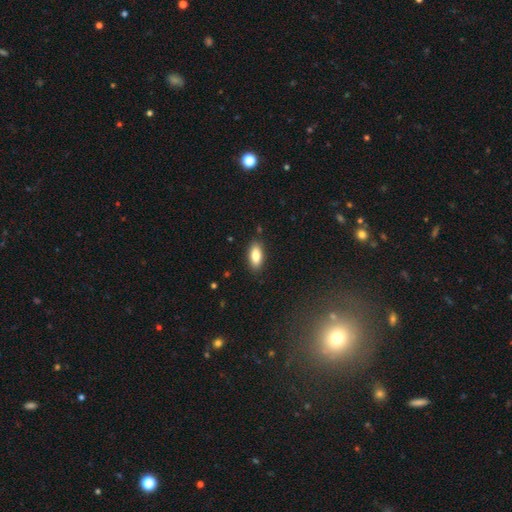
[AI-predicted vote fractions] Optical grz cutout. It shows a smooth galaxy with no disk features (83%) that is in between round and cigar-shaped (87%). Merging: none (86%).